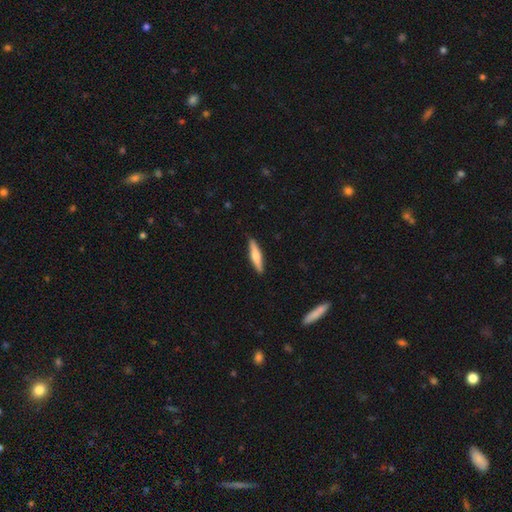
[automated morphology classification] Q: Smooth or featured?
A: smooth (57%); runner-up: featured or disk (38%)
Q: How rounded?
A: cigar-shaped (83%); runner-up: in between (15%)
Q: Merging?
A: none (89%); runner-up: minor disturbance (8%)